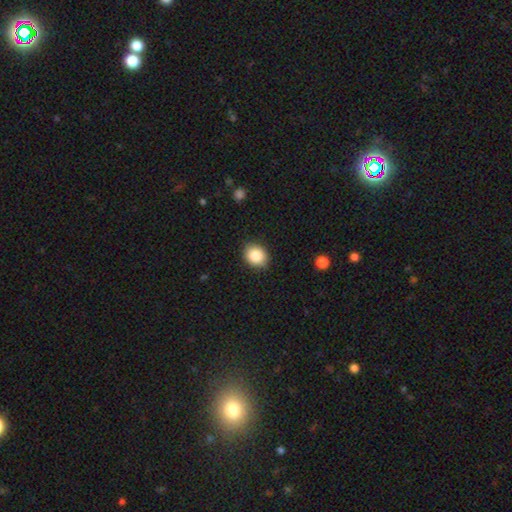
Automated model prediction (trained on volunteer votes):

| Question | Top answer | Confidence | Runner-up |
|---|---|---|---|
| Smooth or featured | smooth | 87% | star or artifact (8%) |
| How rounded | round | 59% | in between (40%) |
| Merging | none | 87% | minor disturbance (9%) |